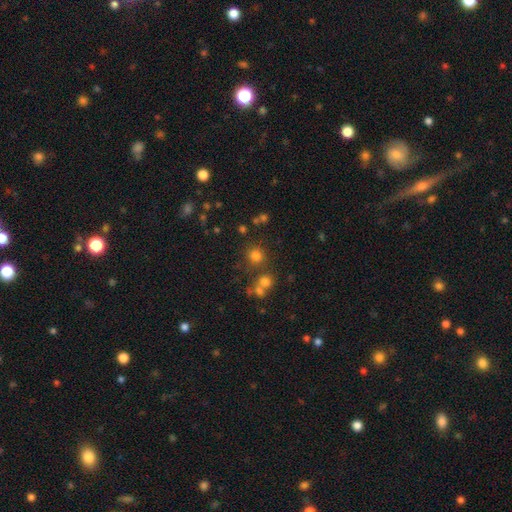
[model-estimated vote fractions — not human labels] The model was most divided on "smooth or featured": smooth: 74%, star or artifact: 19%, featured or disk: 7%. More confident: how rounded — round (90%); merging — none (74%).